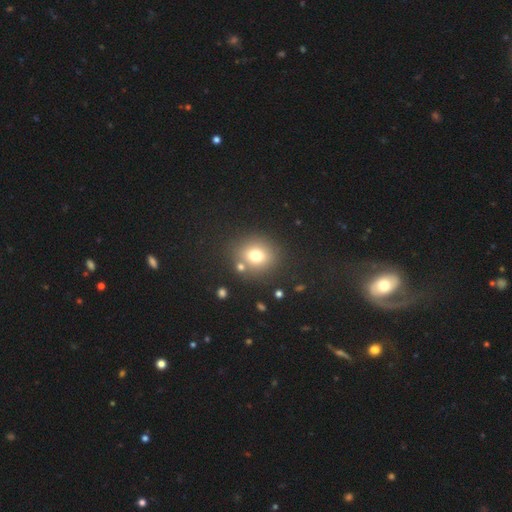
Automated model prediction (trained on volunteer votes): smooth_or_featured: smooth (p=0.73) [alt: star or artifact p=0.15]
how_rounded: round (p=0.78) [alt: in between p=0.21]
merging: none (p=0.78) [alt: merger p=0.09]